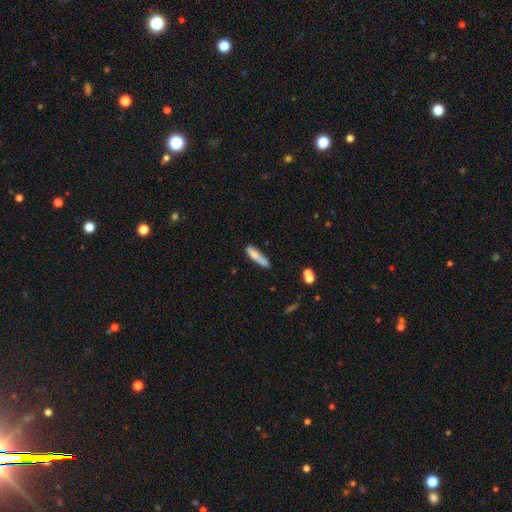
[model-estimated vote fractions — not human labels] Overall: smooth (75%). How rounded: cigar-shaped (82%). Merging: none (60%; minor disturbance 24%).